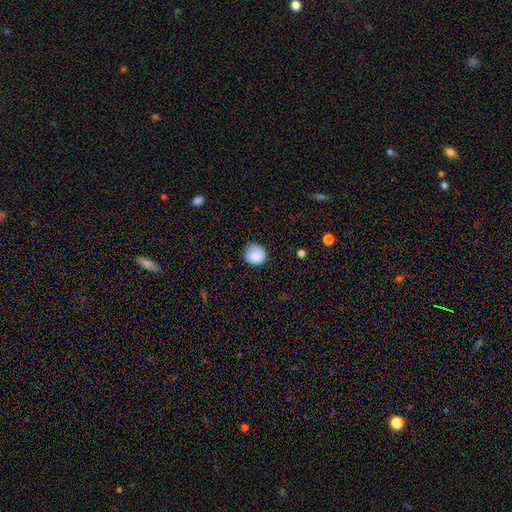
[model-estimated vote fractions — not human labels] smooth-or-featured: smooth: 83% | featured or disk: 9% | star or artifact: 8%
  how-rounded: round: 88% | in between: 11% | cigar-shaped: 1%
  merging: none: 78% | minor disturbance: 17% | major disturbance: 4% | merger: 1%